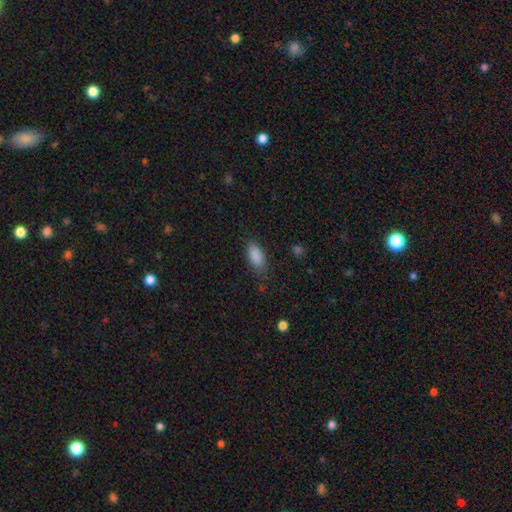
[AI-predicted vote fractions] The model was most divided on "merging": none: 74%, minor disturbance: 19%, major disturbance: 5%, merger: 1%. More confident: smooth or featured — smooth (88%); how rounded — in between (88%).